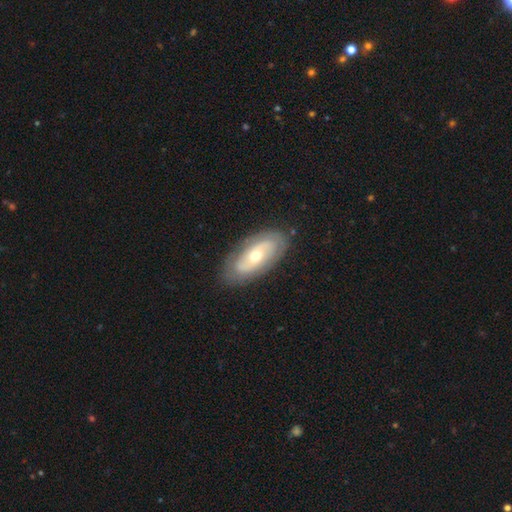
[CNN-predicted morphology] Smooth or featured? Predicted: featured or disk (p=0.64). Edge-on disk? Predicted: no (p=0.89). Bar? Predicted: no (p=0.69). Spiral arms? Predicted: yes (p=0.59). Bulge size? Predicted: moderate (p=0.66). Merging? Predicted: none (p=0.83).